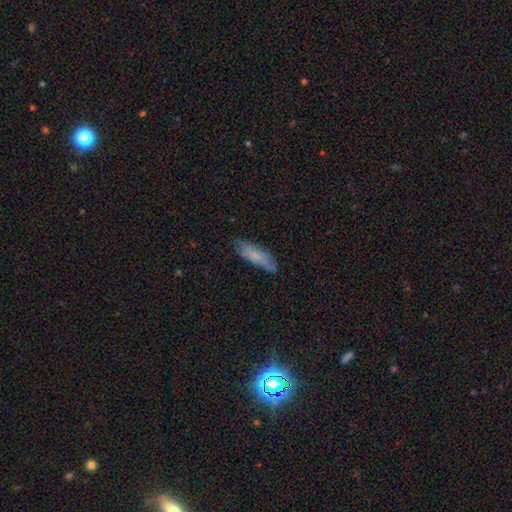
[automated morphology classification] Q: Smooth or featured?
A: smooth (68%); runner-up: featured or disk (24%)
Q: How rounded?
A: cigar-shaped (58%); runner-up: in between (40%)
Q: Merging?
A: none (71%); runner-up: minor disturbance (22%)